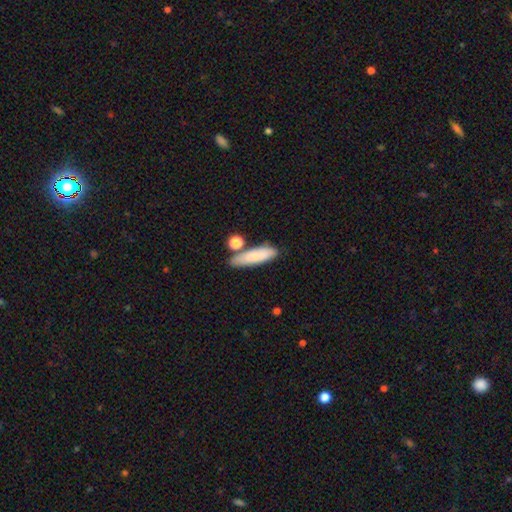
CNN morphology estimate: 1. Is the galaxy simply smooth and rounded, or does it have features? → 79% smooth, 13% featured or disk, 8% star or artifact.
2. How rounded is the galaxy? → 55% cigar-shaped, 41% in between, 3% round.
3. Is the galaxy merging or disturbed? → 65% none, 17% minor disturbance, 13% merger, 5% major disturbance.